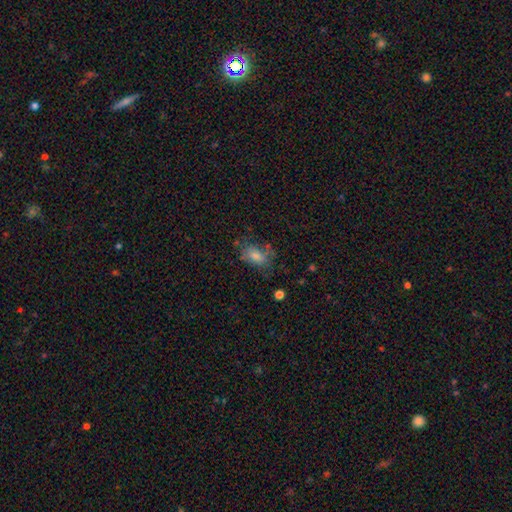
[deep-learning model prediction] smooth_or_featured: smooth (p=0.60) [alt: featured or disk p=0.25]
how_rounded: in between (p=0.79) [alt: round p=0.18]
merging: none (p=0.59) [alt: minor disturbance p=0.24]